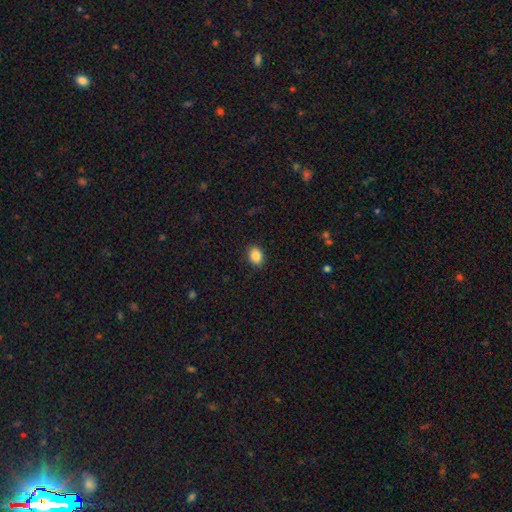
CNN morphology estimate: Smooth or featured? Predicted: smooth (p=0.87). How rounded? Predicted: in between (p=0.57). Merging? Predicted: none (p=0.90).